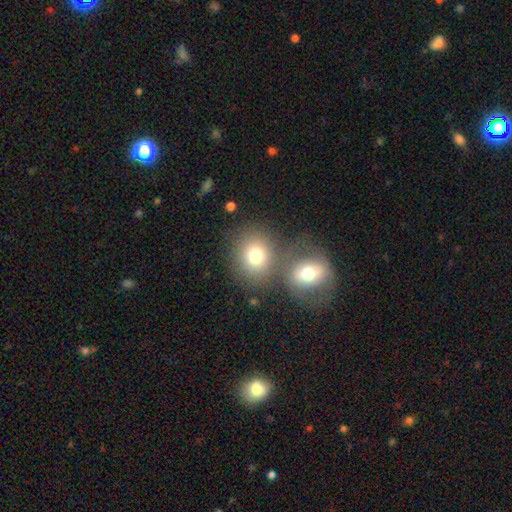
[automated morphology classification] Overall: smooth (75%). How rounded: round (77%). Merging: none (55%; merger 31%).